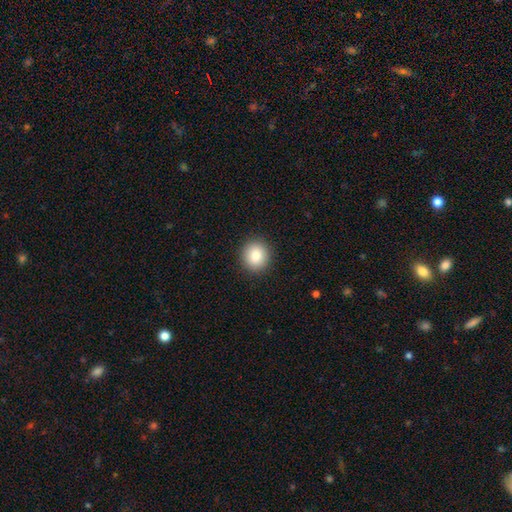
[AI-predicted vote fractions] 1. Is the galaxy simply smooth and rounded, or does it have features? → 84% smooth, 9% star or artifact, 7% featured or disk.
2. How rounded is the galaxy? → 86% round, 13% in between, 1% cigar-shaped.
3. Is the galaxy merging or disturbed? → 91% none, 6% minor disturbance, 2% major disturbance, 1% merger.